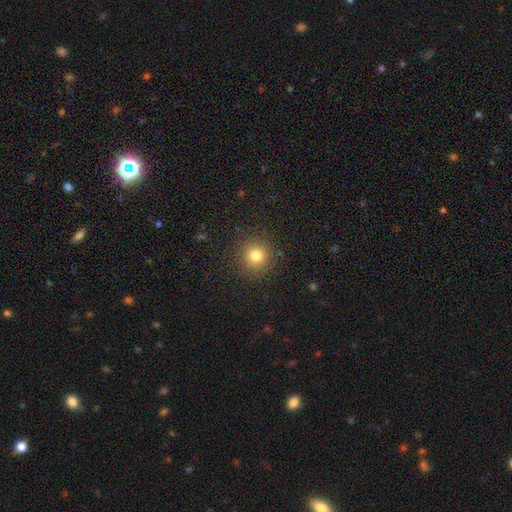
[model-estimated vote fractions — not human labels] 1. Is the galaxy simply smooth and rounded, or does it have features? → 79% smooth, 14% star or artifact, 7% featured or disk.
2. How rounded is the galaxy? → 93% round, 6% in between, 1% cigar-shaped.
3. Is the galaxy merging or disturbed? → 89% none, 7% minor disturbance, 3% major disturbance, 1% merger.